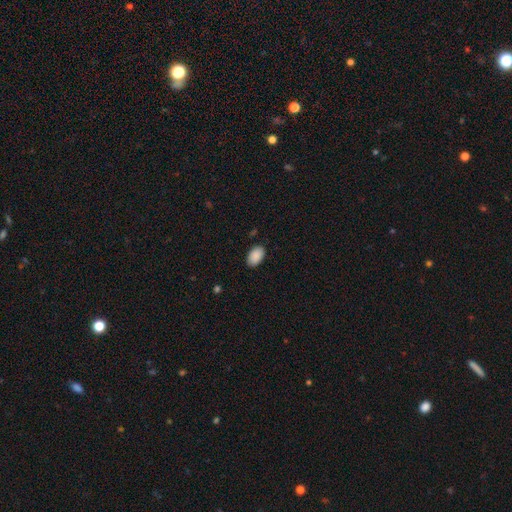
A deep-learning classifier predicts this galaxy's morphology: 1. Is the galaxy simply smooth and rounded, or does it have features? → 90% smooth, 7% star or artifact, 3% featured or disk.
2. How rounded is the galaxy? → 93% in between, 6% round, 1% cigar-shaped.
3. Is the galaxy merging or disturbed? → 87% none, 10% minor disturbance, 2% major disturbance, 1% merger.